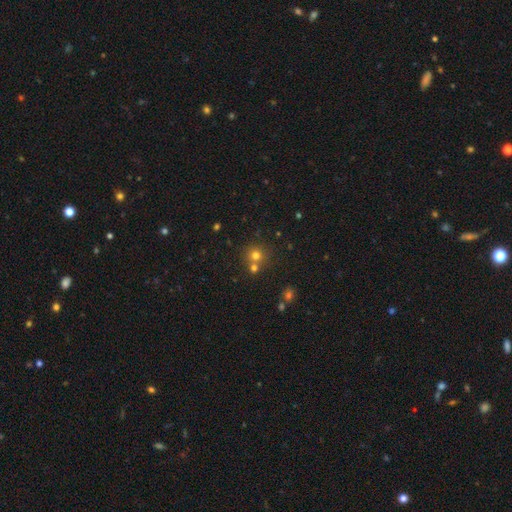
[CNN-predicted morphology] A smooth galaxy with no disk features (71%) that is round (90%).

Vote fractions:
- Smooth or featured? smooth: 71% / star or artifact: 19% / featured or disk: 10%
- How rounded? round: 90% / in between: 9% / cigar-shaped: 1%
- Merging? none: 62% / merger: 28% / minor disturbance: 7% / major disturbance: 3%